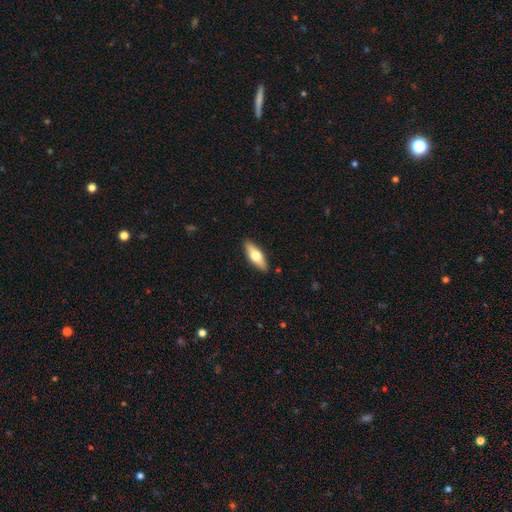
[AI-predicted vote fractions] A smooth galaxy with no disk features (62%) that is in between round and cigar-shaped (62%).

Vote fractions:
- Smooth or featured? smooth: 62% / featured or disk: 33% / star or artifact: 6%
- How rounded? in between: 62% / cigar-shaped: 36% / round: 2%
- Merging? none: 89% / minor disturbance: 8% / major disturbance: 2% / merger: 1%